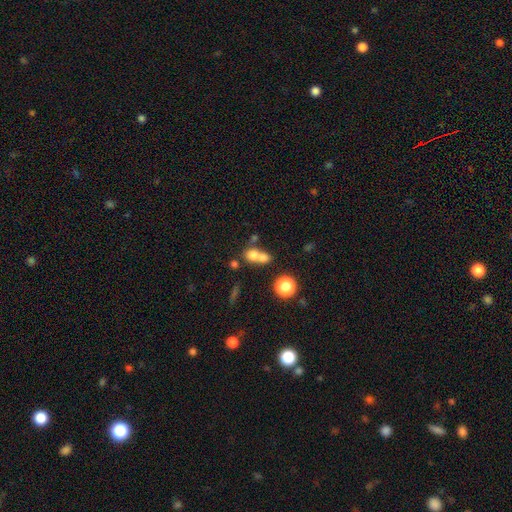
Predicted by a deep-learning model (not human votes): Q: Smooth or featured?
A: smooth (71%); runner-up: featured or disk (16%)
Q: How rounded?
A: round (61%); runner-up: in between (37%)
Q: Merging?
A: merger (62%); runner-up: none (27%)